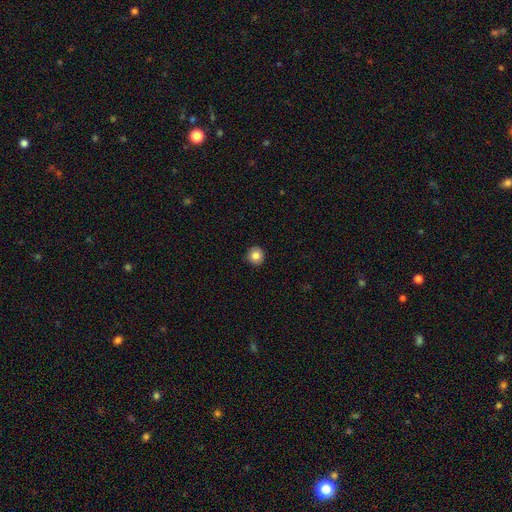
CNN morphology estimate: Smooth or featured: smooth — 82% (star or artifact — 10%)
How rounded: round — 95% (in between — 4%)
Merging: none — 92% (minor disturbance — 5%)